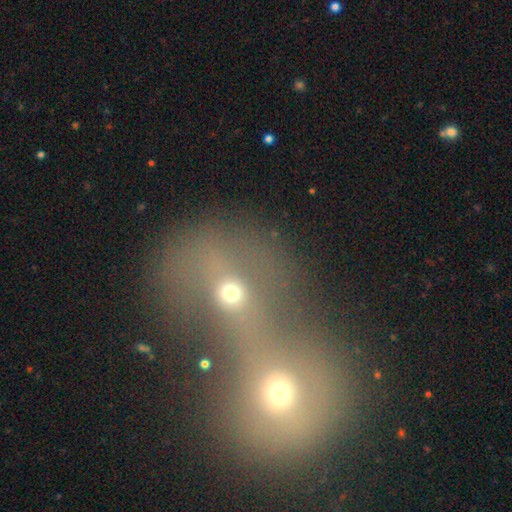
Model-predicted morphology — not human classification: This is possibly a smooth galaxy (52%). How rounded: likely round (74%). Merging: clearly merger (85%).